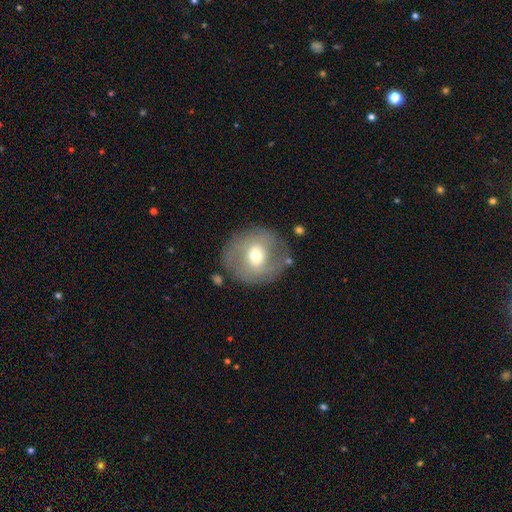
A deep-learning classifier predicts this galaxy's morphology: Q: Smooth or featured?
A: smooth (47%); runner-up: featured or disk (45%)
Q: Merging?
A: none (74%); runner-up: minor disturbance (15%)